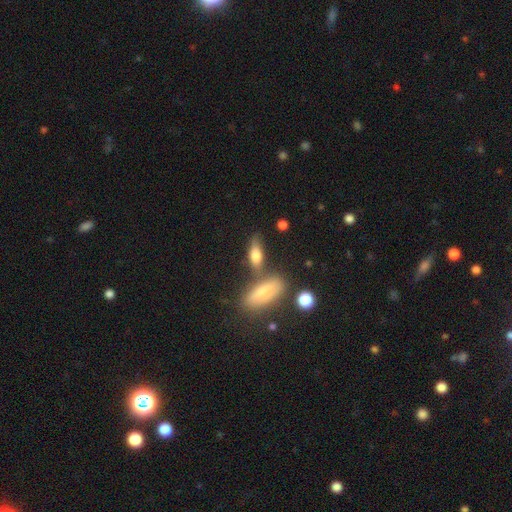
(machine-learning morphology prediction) type=smooth (65%); roundness=in between (65%); merging=none (57%).